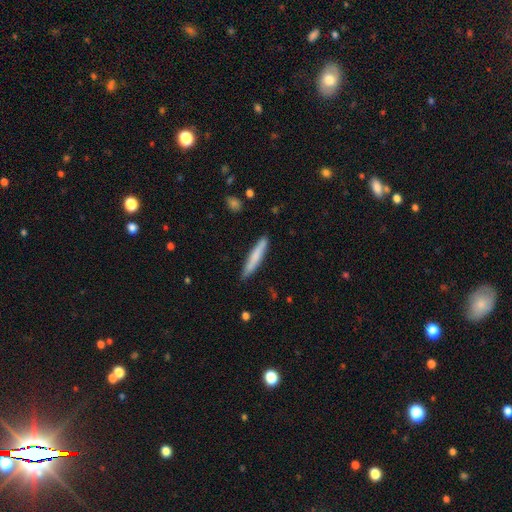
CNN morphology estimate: smooth-or-featured: smooth: 73% | featured or disk: 21% | star or artifact: 6%
  how-rounded: cigar-shaped: 93% | in between: 5% | round: 1%
  merging: none: 85% | minor disturbance: 12% | major disturbance: 2% | merger: 1%